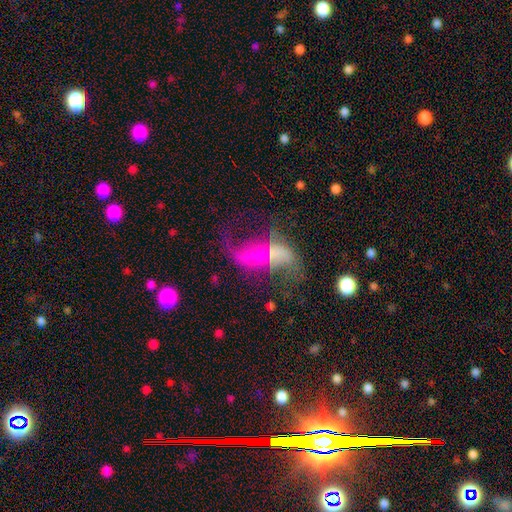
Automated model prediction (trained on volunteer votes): Smooth or featured?
  - featured or disk: 65% *
  - star or artifact: 18%
  - smooth: 17%
Edge-on disk?
  - no: 91% *
  - yes: 9%
Bar?
  - no: 51% *
  - weak: 31%
  - strong: 18%
Spiral arms?
  - yes: 74% *
  - no: 26%
Bulge size?
  - small: 45% *
  - none: 29%
  - moderate: 20%
  - large: 3%
  - dominant: 2%
Merging?
  - none: 35% *
  - major disturbance: 27%
  - merger: 21%
  - minor disturbance: 16%